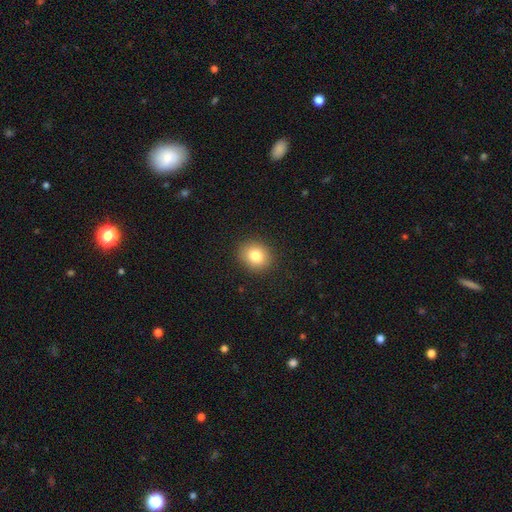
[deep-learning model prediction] This is clearly a smooth galaxy (81%). How rounded: likely round (64%). Merging: clearly none (89%).